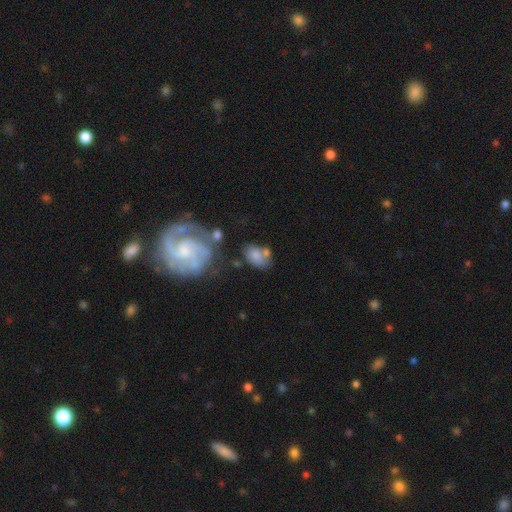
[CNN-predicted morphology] type=smooth (67%); roundness=in between (80%); merging=none (46%).